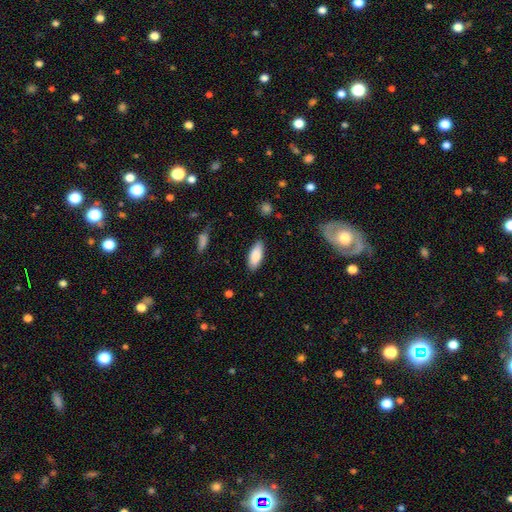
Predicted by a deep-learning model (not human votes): Overall: smooth (86%). How rounded: in between (82%). Merging: none (86%).